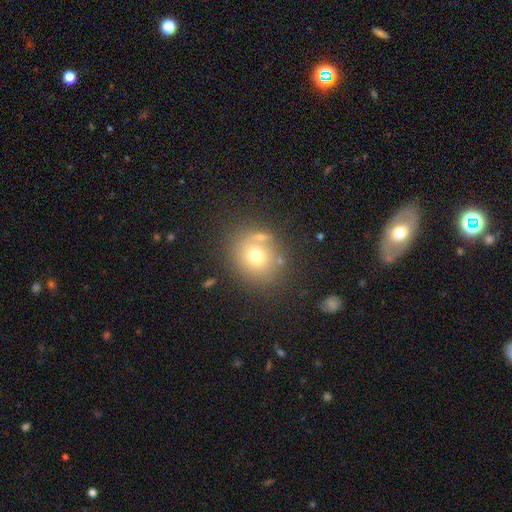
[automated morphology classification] smooth_or_featured: smooth (p=0.68) [alt: featured or disk p=0.17]
how_rounded: round (p=0.76) [alt: in between p=0.23]
merging: none (p=0.69) [alt: minor disturbance p=0.14]